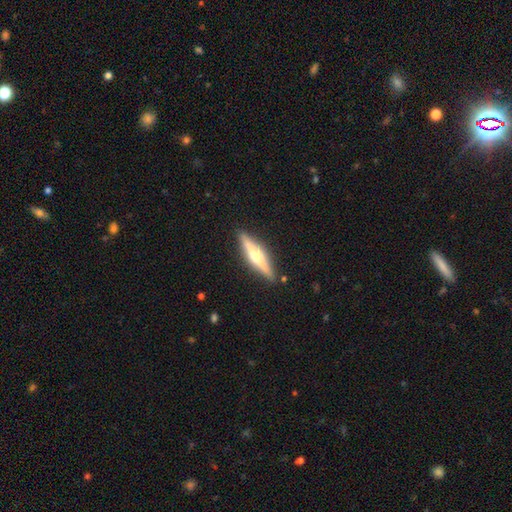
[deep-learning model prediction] featured or disk 69%, smooth 26%, star or artifact 6%. Down the decision tree: edge-on disk — yes (96%); edge-on bulge — rounded (90%); merging — none (89%).